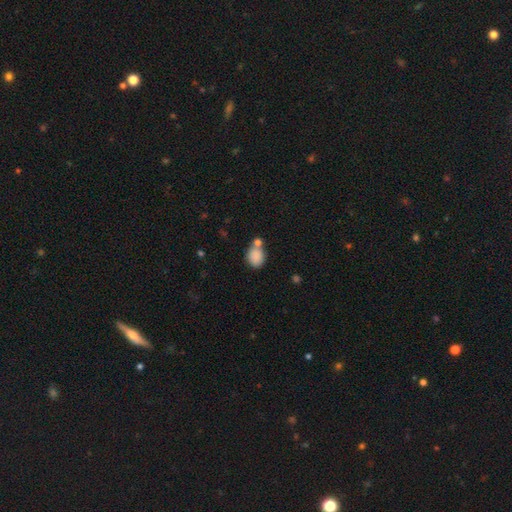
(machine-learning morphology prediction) Q: Smooth or featured?
A: smooth (86%); runner-up: star or artifact (9%)
Q: How rounded?
A: in between (51%); runner-up: round (48%)
Q: Merging?
A: none (55%); runner-up: merger (26%)